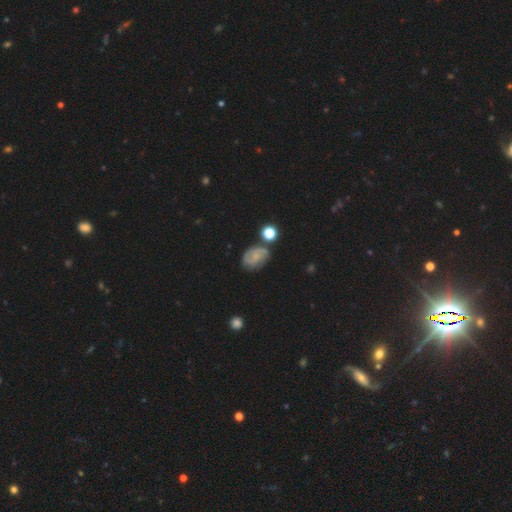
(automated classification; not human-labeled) Smooth or featured?
  - featured or disk: 69% *
  - smooth: 23%
  - star or artifact: 8%
Edge-on disk?
  - no: 98% *
  - yes: 2%
Bar?
  - no: 61% *
  - weak: 34%
  - strong: 5%
Spiral arms?
  - yes: 93% *
  - no: 7%
Spiral winding?
  - medium: 47% *
  - tight: 36%
  - loose: 17%
Spiral arm count?
  - 2: 65% *
  - can't tell: 14%
  - 3: 12%
  - 1: 3%
  - 4: 3%
  - more than 4: 3%
Bulge size?
  - small: 59% *
  - none: 24%
  - moderate: 14%
  - large: 2%
  - dominant: 1%
Merging?
  - none: 67% *
  - minor disturbance: 19%
  - major disturbance: 7%
  - merger: 7%